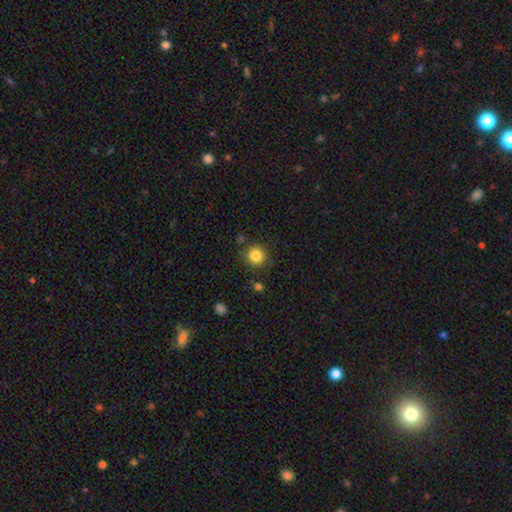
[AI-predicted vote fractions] smooth 85%, star or artifact 11%, featured or disk 5%. Down the decision tree: how rounded — round (93%); merging — none (84%).